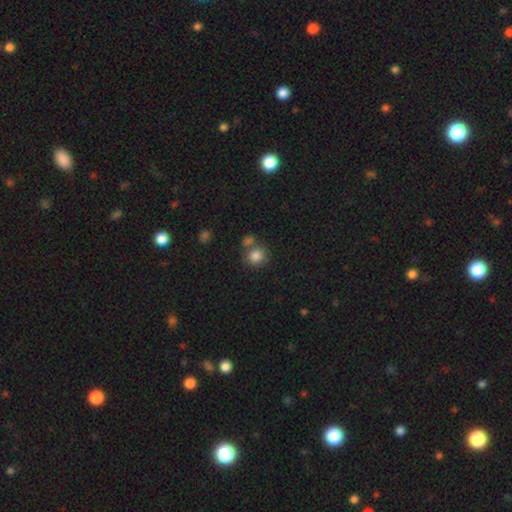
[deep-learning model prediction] Morphology: type=smooth (84%); roundness=round (84%); merging=none (58%).